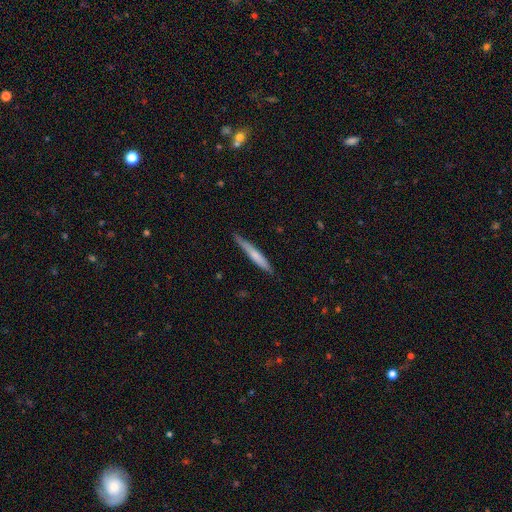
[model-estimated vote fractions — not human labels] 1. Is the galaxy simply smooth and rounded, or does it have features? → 61% smooth, 34% featured or disk, 5% star or artifact.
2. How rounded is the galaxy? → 95% cigar-shaped, 4% in between, 1% round.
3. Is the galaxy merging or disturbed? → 84% none, 13% minor disturbance, 2% major disturbance, 1% merger.